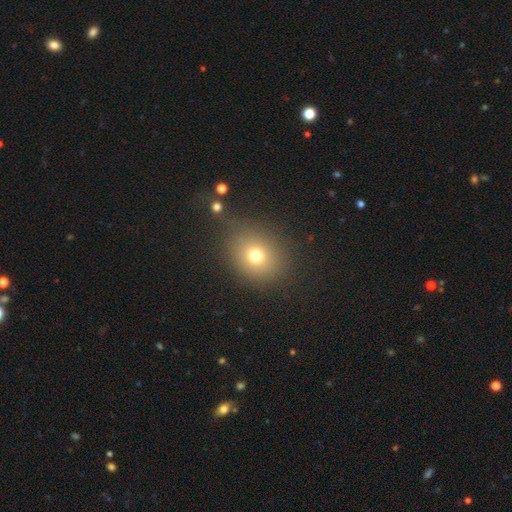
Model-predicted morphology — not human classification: Smooth or featured: smooth — 72% (star or artifact — 16%)
How rounded: round — 65% (in between — 34%)
Merging: none — 76% (minor disturbance — 13%)